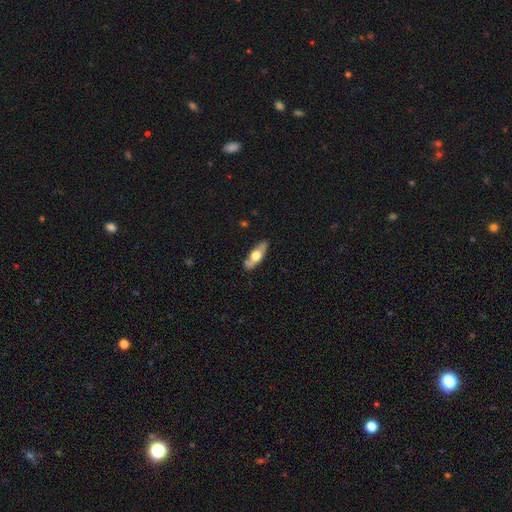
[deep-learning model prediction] Smooth or featured? Predicted: featured or disk (p=0.48). Merging? Predicted: none (p=0.83).